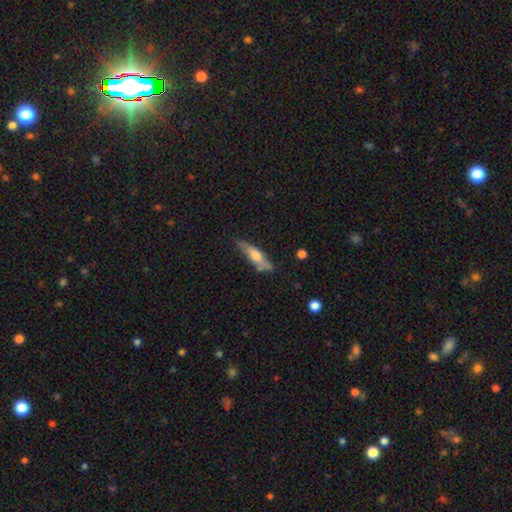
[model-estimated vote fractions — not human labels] The model was most divided on "smooth or featured": smooth: 51%, featured or disk: 43%, star or artifact: 6%. More confident: how rounded — cigar-shaped (69%); merging — none (67%).